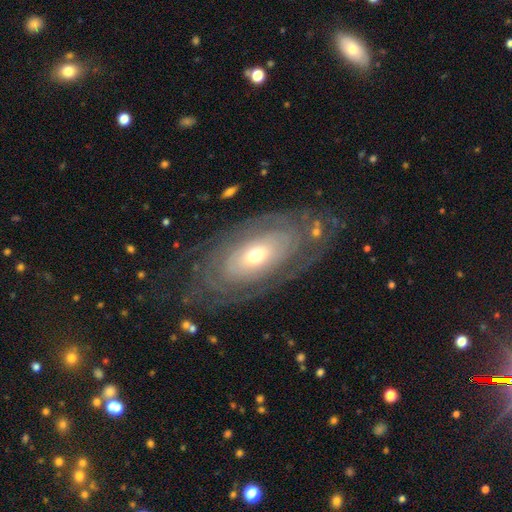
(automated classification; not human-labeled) The model was most divided on "bulge size": moderate: 52%, small: 40%, large: 5%, dominant: 1%, none: 1%. More confident: edge-on disk — no (93%); bar — no (80%); spiral winding — tight (79%); smooth or featured — featured or disk (78%); spiral arms — yes (78%); merging — none (74%); spiral arm count — can't tell (55%).